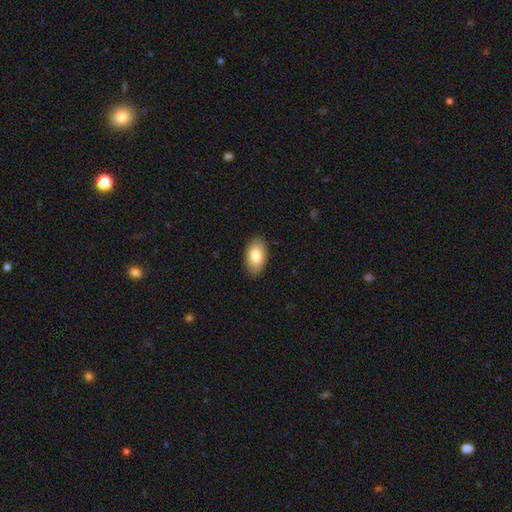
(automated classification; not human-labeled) Smooth or featured: smooth — 83% (featured or disk — 11%)
How rounded: in between — 94% (round — 5%)
Merging: none — 88% (minor disturbance — 9%)